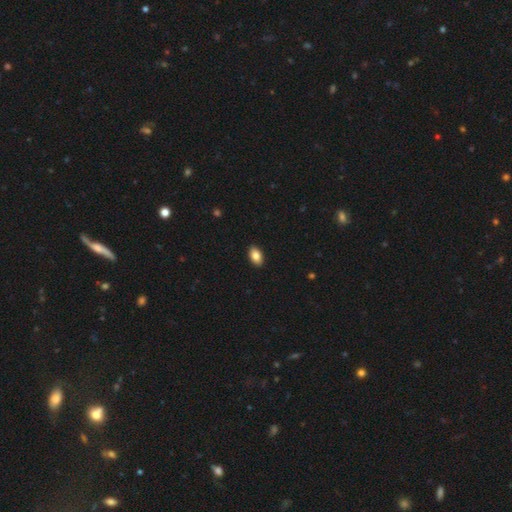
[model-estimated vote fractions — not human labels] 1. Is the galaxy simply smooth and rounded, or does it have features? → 85% smooth, 7% star or artifact, 7% featured or disk.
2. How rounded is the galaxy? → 92% in between, 6% round, 2% cigar-shaped.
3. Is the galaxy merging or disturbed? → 91% none, 7% minor disturbance, 2% major disturbance, 1% merger.